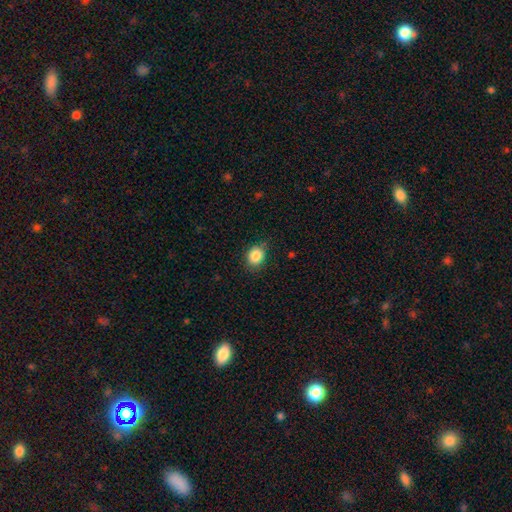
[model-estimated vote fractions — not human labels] A smooth galaxy with no disk features (87%) that is round (57%). Merging: none (82%).